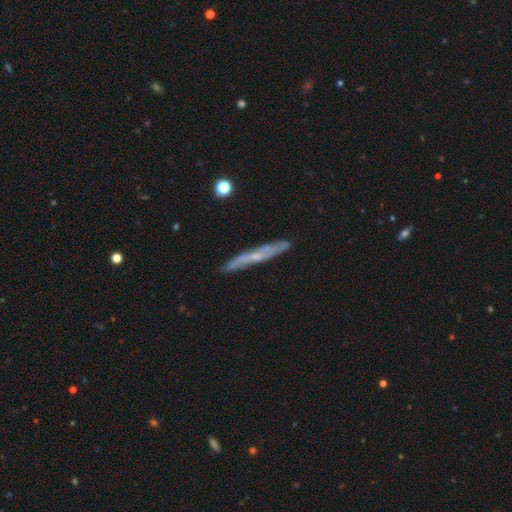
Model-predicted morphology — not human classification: A featured or disk galaxy (61%) viewed edge-on (85%) with no central bulge (55%).

Vote fractions:
- Smooth or featured? featured or disk: 61% / smooth: 32% / star or artifact: 7%
- Edge-on disk? yes: 85% / no: 15%
- Edge-on bulge? none: 55% / rounded: 40% / boxy: 4%
- Merging? none: 84% / minor disturbance: 12% / major disturbance: 2% / merger: 2%